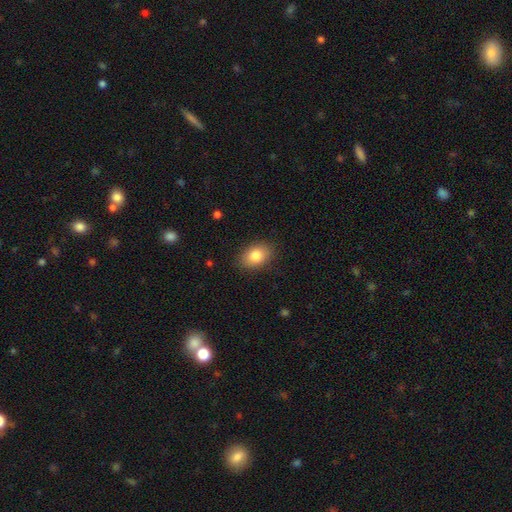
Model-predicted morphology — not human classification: type=smooth (82%); roundness=in between (80%); merging=none (87%).